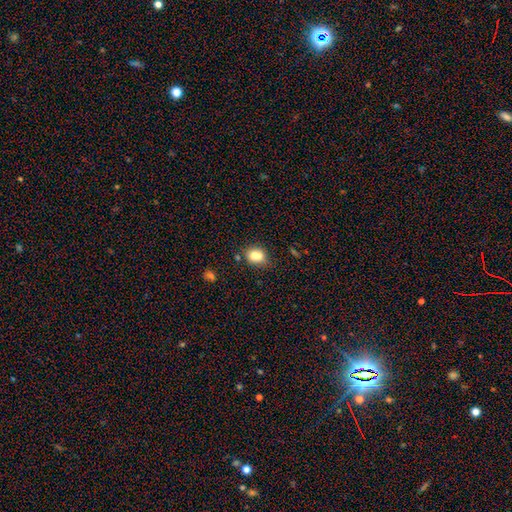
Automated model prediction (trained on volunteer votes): This is likely a smooth galaxy (77%). How rounded: possibly round (50%). Merging: possibly none (52%).